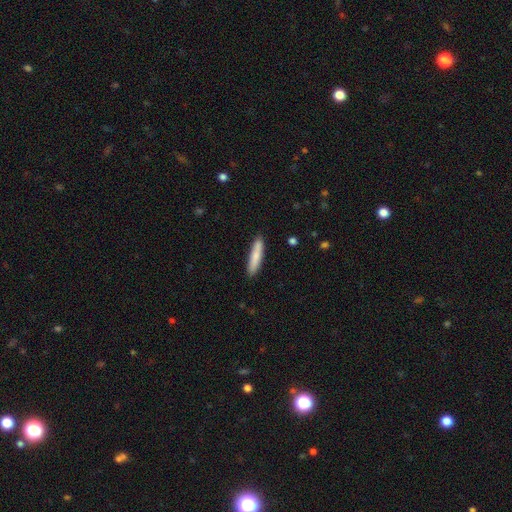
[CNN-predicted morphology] A smooth galaxy with no disk features (80%) that is cigar-shaped (87%). Merging: none (88%).